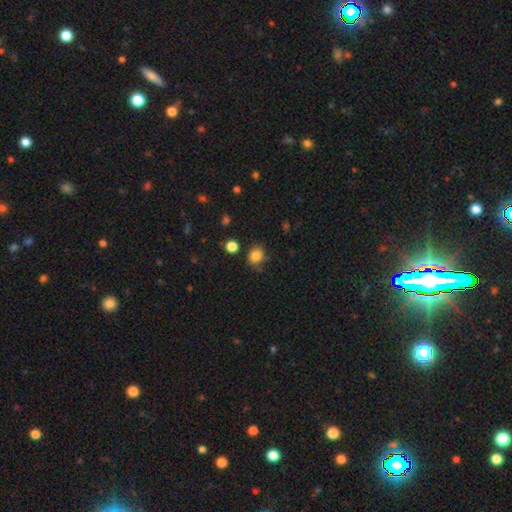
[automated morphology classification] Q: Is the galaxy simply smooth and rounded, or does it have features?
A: smooth — 83%.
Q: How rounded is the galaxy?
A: round — 72%.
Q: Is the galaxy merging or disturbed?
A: none — 72%.